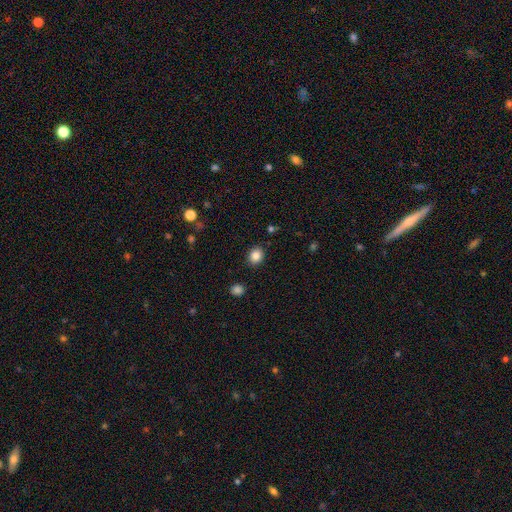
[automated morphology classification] smooth_or_featured: smooth (p=0.85) [alt: star or artifact p=0.10]
how_rounded: round (p=0.68) [alt: in between p=0.31]
merging: none (p=0.89) [alt: minor disturbance p=0.07]